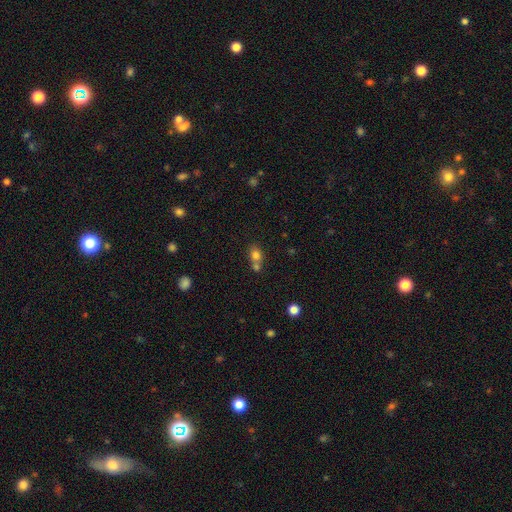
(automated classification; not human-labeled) smooth_or_featured: smooth (p=0.78) [alt: star or artifact p=0.12]
how_rounded: round (p=0.61) [alt: in between p=0.38]
merging: merger (p=0.50) [alt: none p=0.38]